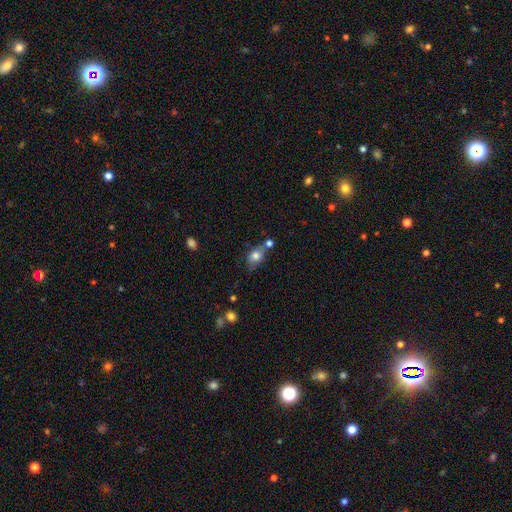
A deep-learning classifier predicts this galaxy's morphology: Smooth or featured? Predicted: smooth (p=0.76). How rounded? Predicted: in between (p=0.71). Merging? Predicted: none (p=0.48).